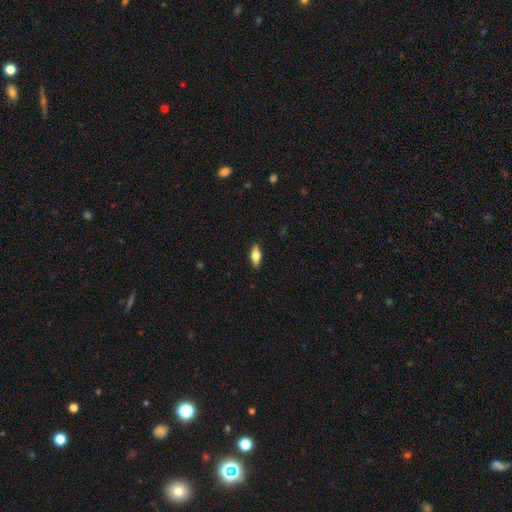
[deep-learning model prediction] smooth-or-featured: smooth: 72% | featured or disk: 21% | star or artifact: 7%
  how-rounded: in between: 81% | cigar-shaped: 16% | round: 3%
  merging: none: 89% | minor disturbance: 8% | major disturbance: 2% | merger: 1%